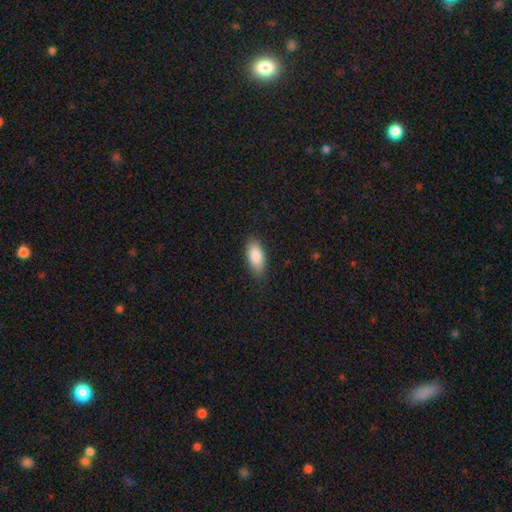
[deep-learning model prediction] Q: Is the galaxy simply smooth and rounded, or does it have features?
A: smooth — 86%.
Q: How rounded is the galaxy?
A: in between — 89%.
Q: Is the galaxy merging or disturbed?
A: none — 84%.